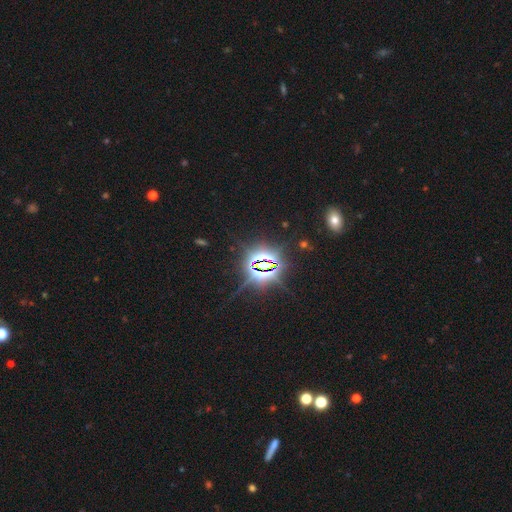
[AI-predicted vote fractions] A star or artifact, not a galaxy (84%).